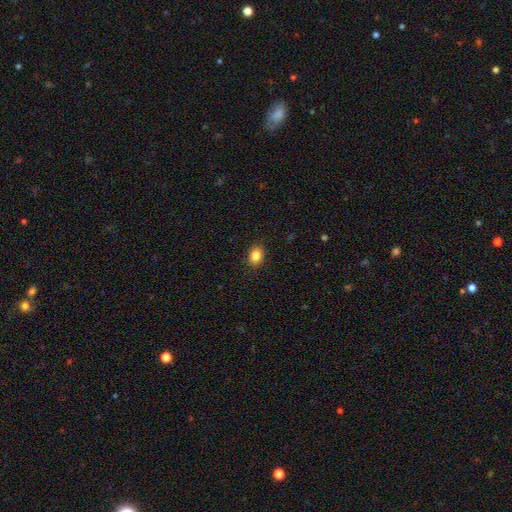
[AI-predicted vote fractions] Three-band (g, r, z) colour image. It shows a smooth galaxy with no disk features (85%) that is in between round and cigar-shaped (69%). Merging: none (89%).